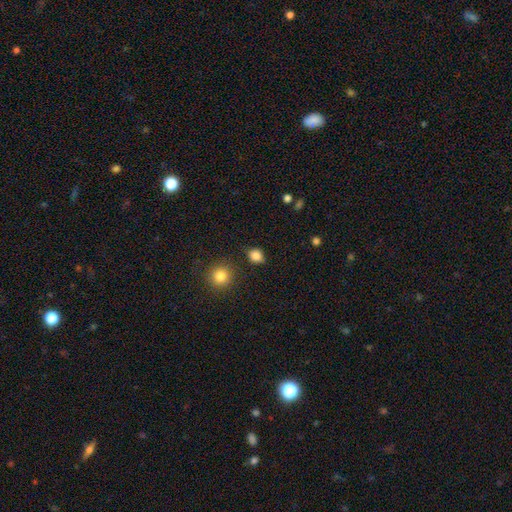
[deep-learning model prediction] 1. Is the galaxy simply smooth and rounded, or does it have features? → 84% smooth, 11% star or artifact, 5% featured or disk.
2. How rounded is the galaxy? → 58% round, 41% in between, 1% cigar-shaped.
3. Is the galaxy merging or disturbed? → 80% none, 14% minor disturbance, 3% major disturbance, 3% merger.